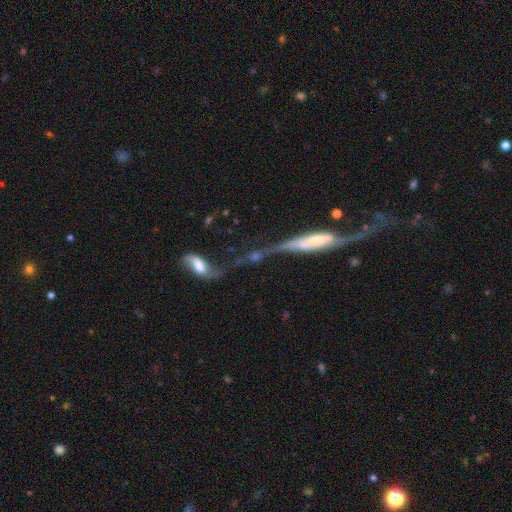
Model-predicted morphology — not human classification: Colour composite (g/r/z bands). It shows a featured or disk galaxy (65%). Merging: merger (53%).